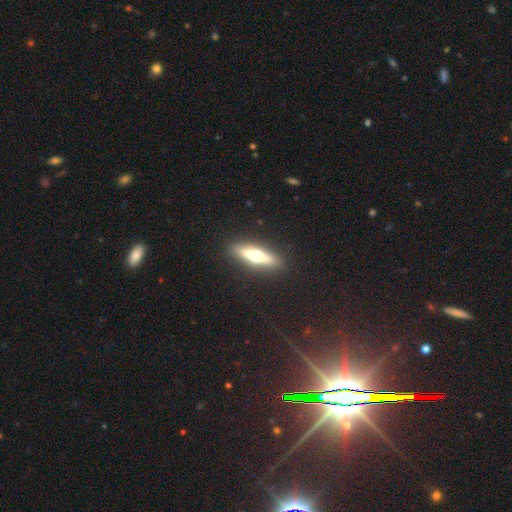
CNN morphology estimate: Overall: featured or disk (57%; smooth 36%). Edge-on disk: yes (92%). Edge-on bulge: rounded (94%). Merging: none (90%).